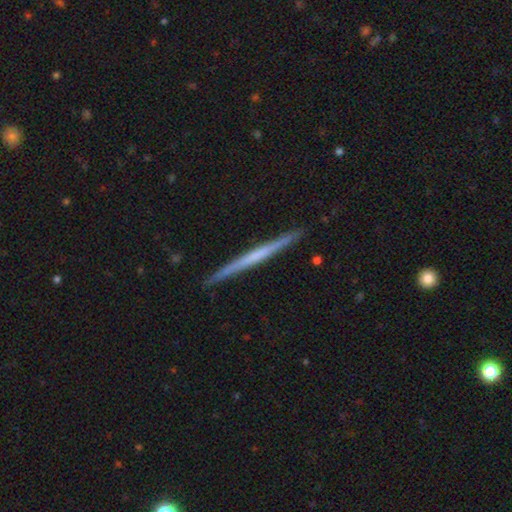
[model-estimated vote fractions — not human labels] A featured or disk galaxy (60%) viewed edge-on (98%) with no central bulge (83%).

Vote fractions:
- Smooth or featured? featured or disk: 60% / smooth: 35% / star or artifact: 5%
- Edge-on disk? yes: 98% / no: 2%
- Edge-on bulge? none: 83% / rounded: 11% / boxy: 6%
- Merging? none: 92% / minor disturbance: 6% / major disturbance: 1% / merger: 1%